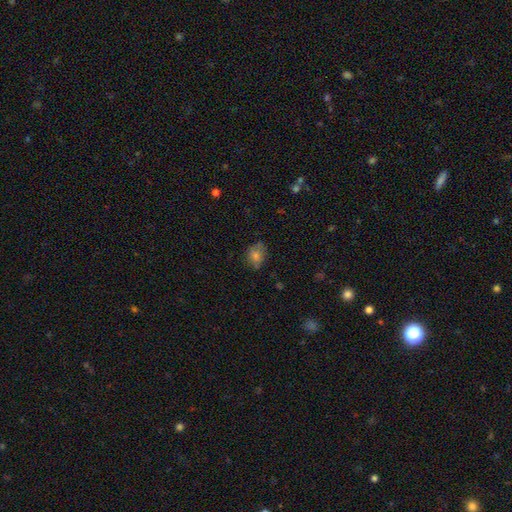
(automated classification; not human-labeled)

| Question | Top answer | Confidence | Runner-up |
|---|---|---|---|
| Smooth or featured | smooth | 70% | featured or disk (16%) |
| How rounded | in between | 54% | round (45%) |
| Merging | none | 69% | minor disturbance (23%) |